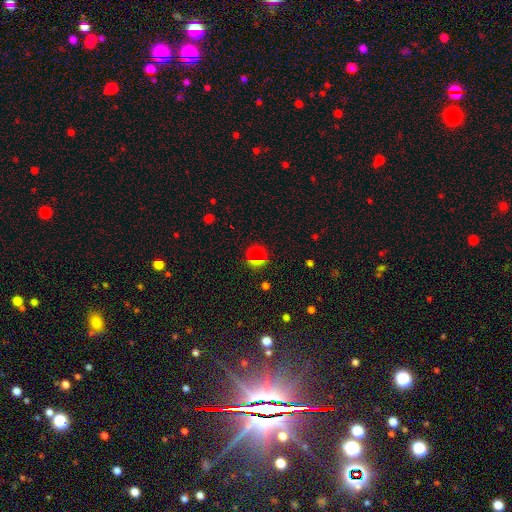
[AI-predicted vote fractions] smooth-or-featured: smooth: 61% | star or artifact: 32% | featured or disk: 7%
  how-rounded: round: 91% | in between: 8% | cigar-shaped: 1%
  merging: none: 81% | minor disturbance: 9% | merger: 6% | major disturbance: 4%